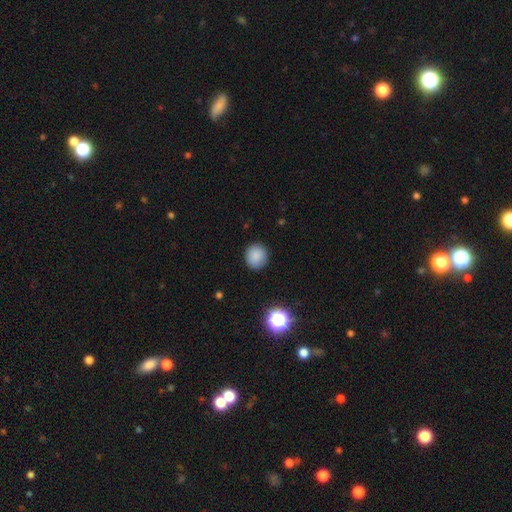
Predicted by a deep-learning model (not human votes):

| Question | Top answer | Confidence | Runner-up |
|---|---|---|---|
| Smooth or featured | smooth | 85% | star or artifact (11%) |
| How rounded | round | 90% | in between (9%) |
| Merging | none | 89% | minor disturbance (7%) |